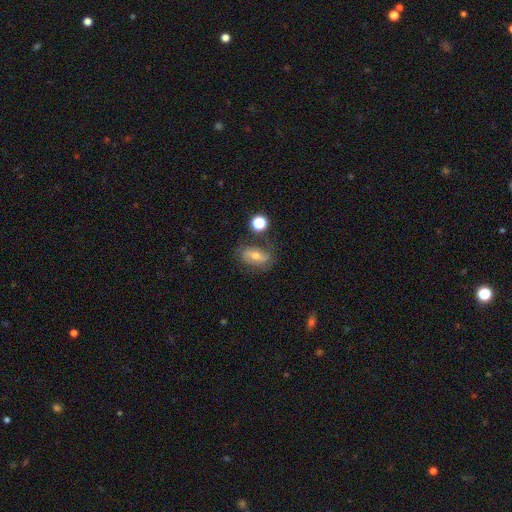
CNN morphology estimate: Overall: featured or disk (55%; smooth 32%). Edge-on disk: no (91%). Bar: no (37%; weak 34%). Spiral arms: yes (70%). Bulge size: moderate (62%; small 31%). Merging: none (71%).